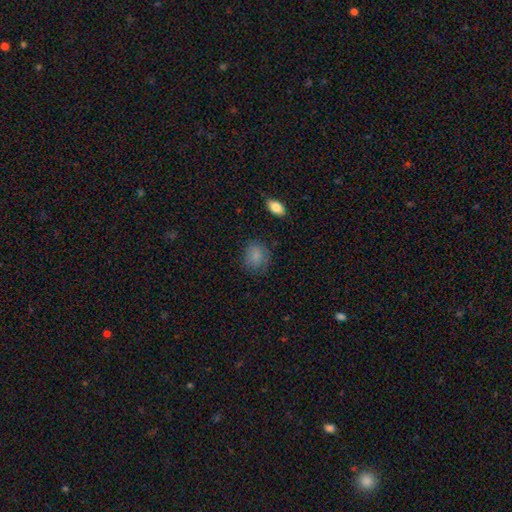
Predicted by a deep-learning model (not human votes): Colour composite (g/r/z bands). It shows a smooth galaxy with no disk features (84%) that is round (63%). Merging: none (76%).